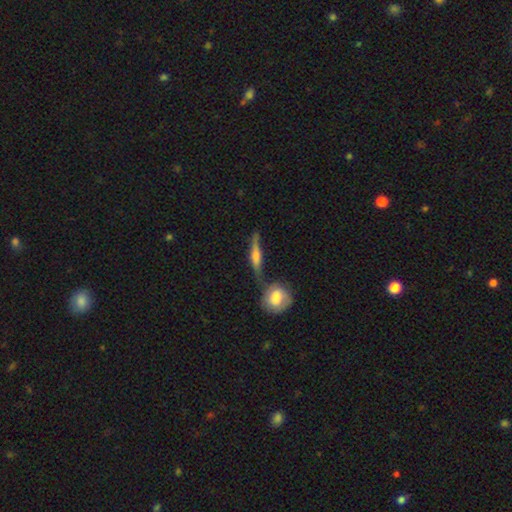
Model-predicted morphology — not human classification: Overall: featured or disk (56%; smooth 36%). Edge-on disk: yes (90%). Edge-on bulge: rounded (68%). Merging: none (61%).